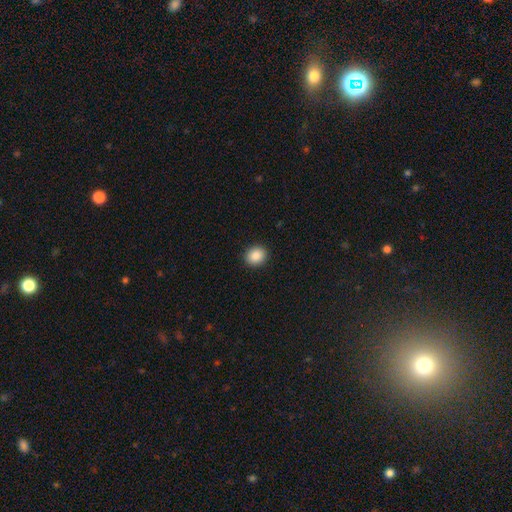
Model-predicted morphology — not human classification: type=smooth (89%); roundness=round (71%); merging=none (92%).